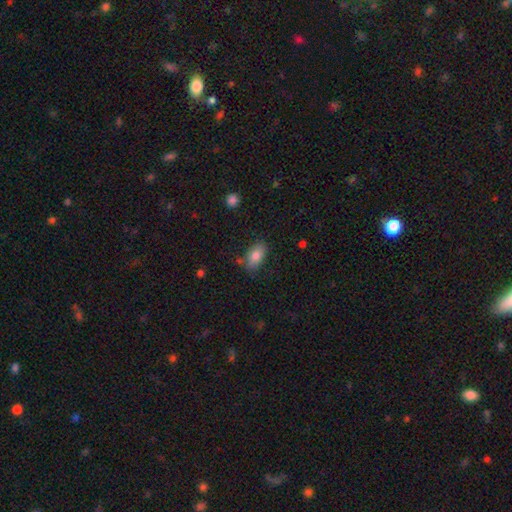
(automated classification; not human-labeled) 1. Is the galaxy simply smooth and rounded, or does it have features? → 80% smooth, 12% featured or disk, 8% star or artifact.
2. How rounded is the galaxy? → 91% in between, 6% round, 3% cigar-shaped.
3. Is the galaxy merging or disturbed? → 79% none, 14% minor disturbance, 4% merger, 3% major disturbance.